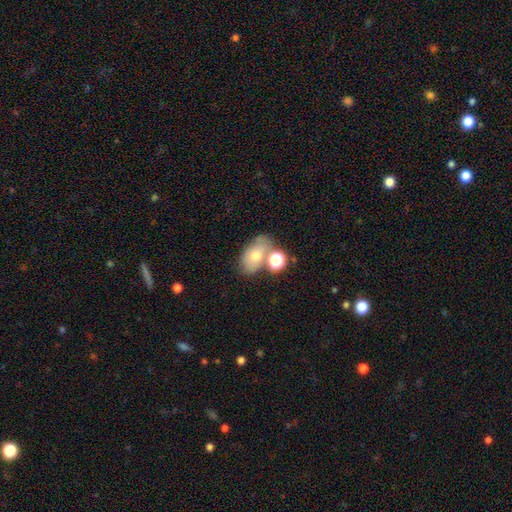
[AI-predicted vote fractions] Smooth or featured? smooth (68%)
How rounded? in between (82%)
Merging? none (49%)